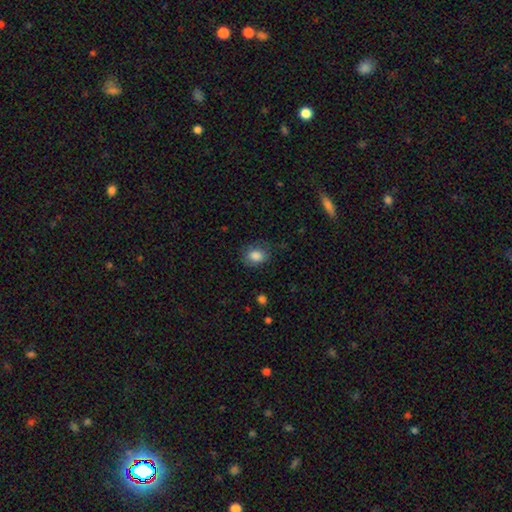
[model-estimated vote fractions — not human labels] This is clearly a smooth galaxy (85%). How rounded: possibly in between (57%). Merging: likely none (72%).